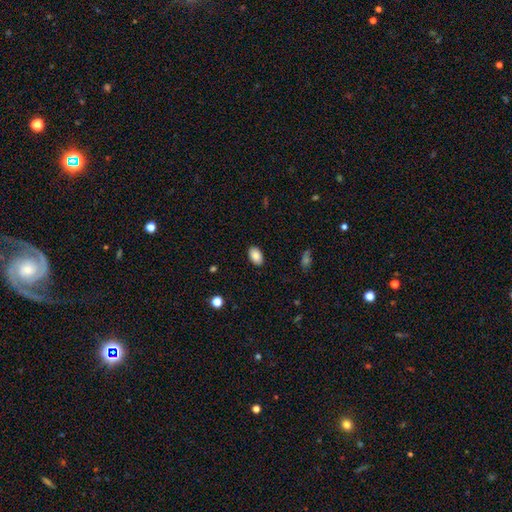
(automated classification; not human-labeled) Smooth or featured?
  - smooth: 86% *
  - star or artifact: 7%
  - featured or disk: 7%
How rounded?
  - in between: 92% *
  - round: 7%
  - cigar-shaped: 1%
Merging?
  - none: 88% *
  - minor disturbance: 9%
  - major disturbance: 2%
  - merger: 1%